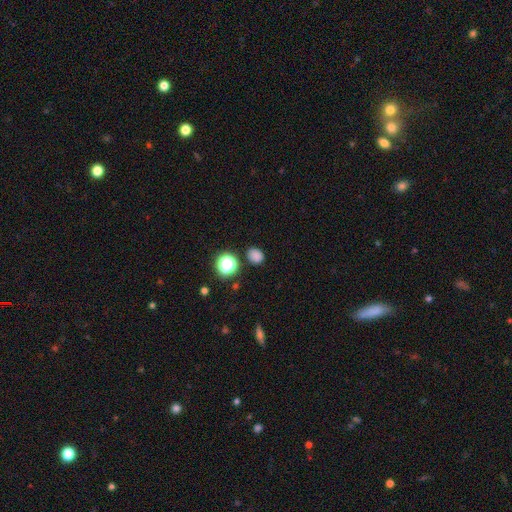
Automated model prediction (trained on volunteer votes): Smooth or featured? smooth (78%)
How rounded? round (64%)
Merging? none (83%)